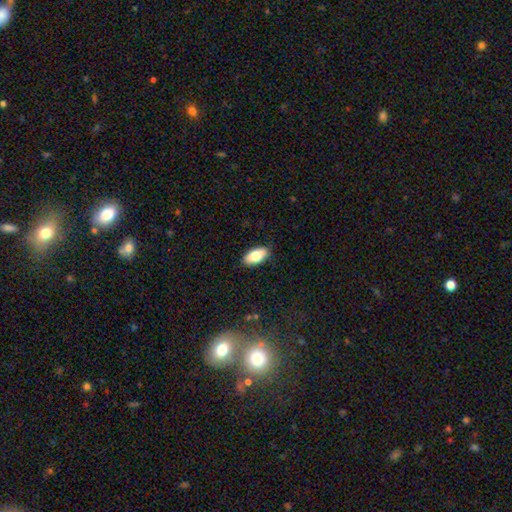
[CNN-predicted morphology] Q: Smooth or featured?
A: smooth (77%); runner-up: featured or disk (16%)
Q: How rounded?
A: in between (91%); runner-up: cigar-shaped (6%)
Q: Merging?
A: none (88%); runner-up: minor disturbance (9%)